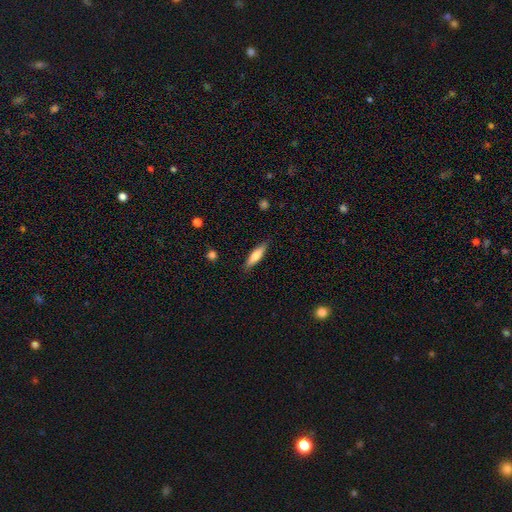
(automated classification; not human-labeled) This is likely a smooth galaxy (72%). How rounded: likely cigar-shaped (69%). Merging: clearly none (86%).